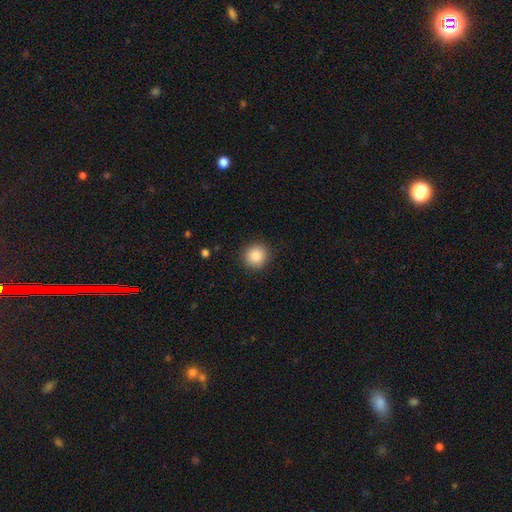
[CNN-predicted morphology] The model was most divided on "smooth or featured": smooth: 88%, star or artifact: 9%, featured or disk: 4%. More confident: how rounded — round (92%); merging — none (91%).